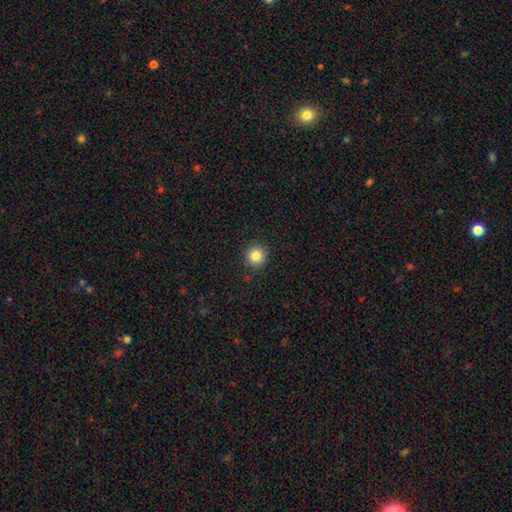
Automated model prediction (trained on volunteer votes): Overall: smooth (84%). How rounded: round (92%). Merging: none (90%).